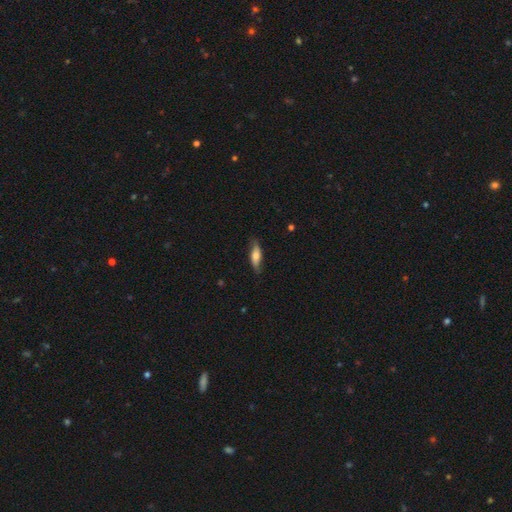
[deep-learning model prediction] Smooth or featured? smooth (59%)
How rounded? in between (51%)
Merging? none (76%)